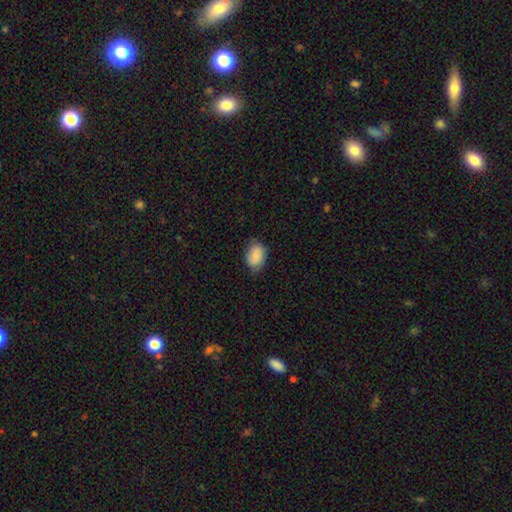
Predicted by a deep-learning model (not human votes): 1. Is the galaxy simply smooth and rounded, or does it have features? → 86% smooth, 7% featured or disk, 7% star or artifact.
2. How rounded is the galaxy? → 77% in between, 22% round, 1% cigar-shaped.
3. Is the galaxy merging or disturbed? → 71% none, 24% minor disturbance, 4% major disturbance, 1% merger.